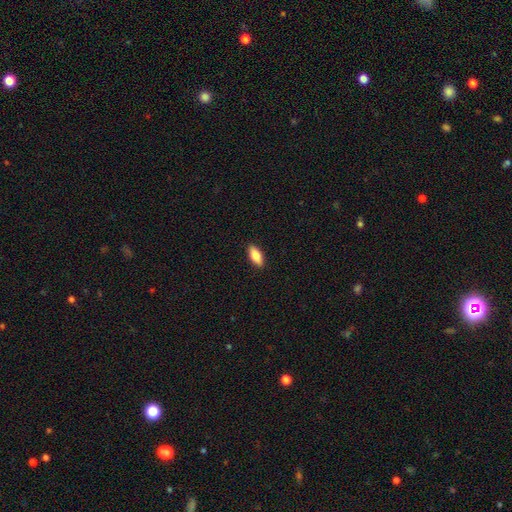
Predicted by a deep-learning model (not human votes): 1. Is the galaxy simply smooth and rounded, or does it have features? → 79% smooth, 15% featured or disk, 6% star or artifact.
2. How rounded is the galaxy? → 80% in between, 17% cigar-shaped, 3% round.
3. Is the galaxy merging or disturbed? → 90% none, 7% minor disturbance, 2% major disturbance, 1% merger.